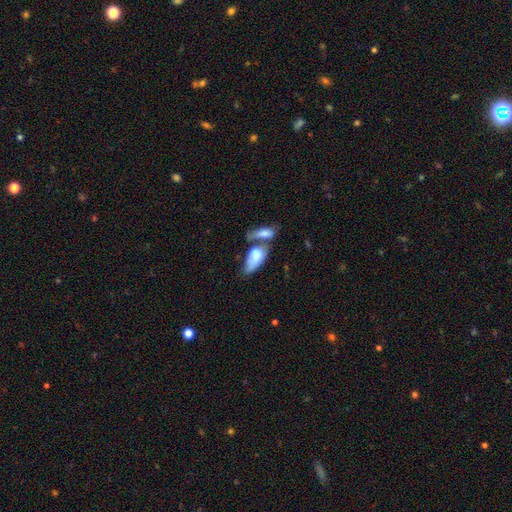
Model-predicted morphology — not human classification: Smooth or featured?
  - smooth: 74% *
  - featured or disk: 20%
  - star or artifact: 6%
How rounded?
  - in between: 88% *
  - cigar-shaped: 9%
  - round: 3%
Merging?
  - merger: 57% *
  - none: 21%
  - minor disturbance: 13%
  - major disturbance: 9%